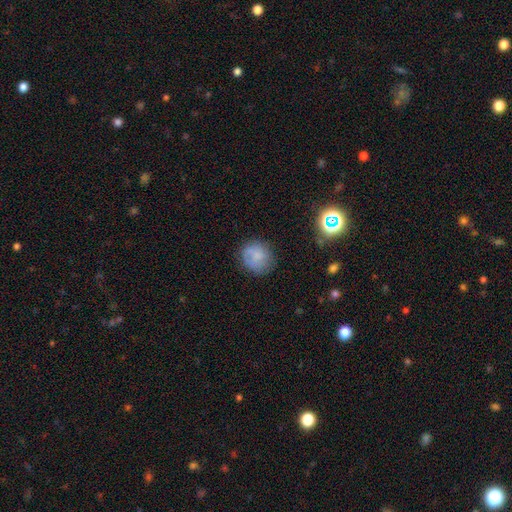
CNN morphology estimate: A smooth galaxy with no disk features (66%) that is round (78%).

Vote fractions:
- Smooth or featured? smooth: 66% / featured or disk: 24% / star or artifact: 10%
- How rounded? round: 78% / in between: 21% / cigar-shaped: 1%
- Merging? none: 66% / minor disturbance: 22% / major disturbance: 10% / merger: 2%